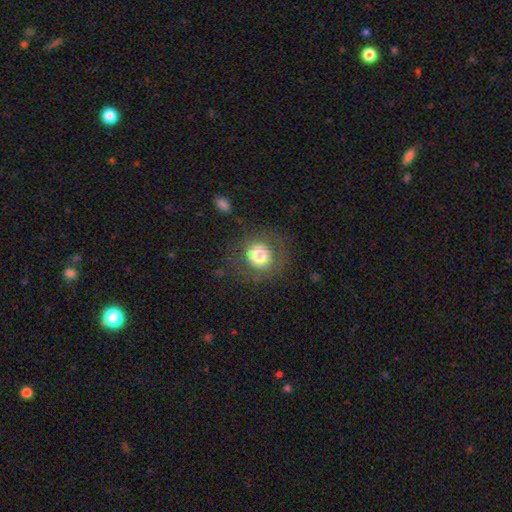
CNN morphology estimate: Smooth or featured? Predicted: smooth (p=0.70). How rounded? Predicted: round (p=0.86). Merging? Predicted: none (p=0.79).